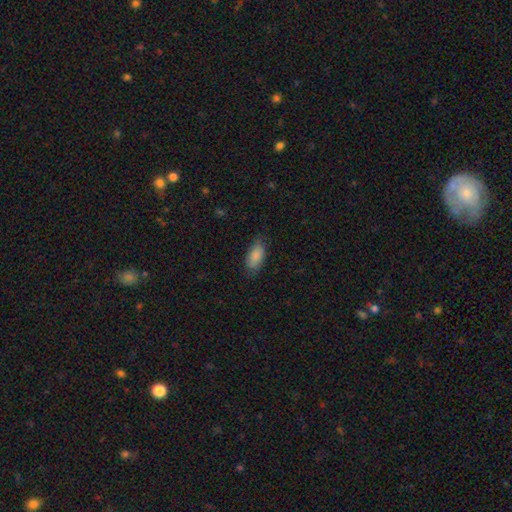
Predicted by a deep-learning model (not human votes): smooth_or_featured: smooth (p=0.86) [alt: featured or disk p=0.07]
how_rounded: in between (p=0.90) [alt: cigar-shaped p=0.08]
merging: none (p=0.76) [alt: minor disturbance p=0.19]